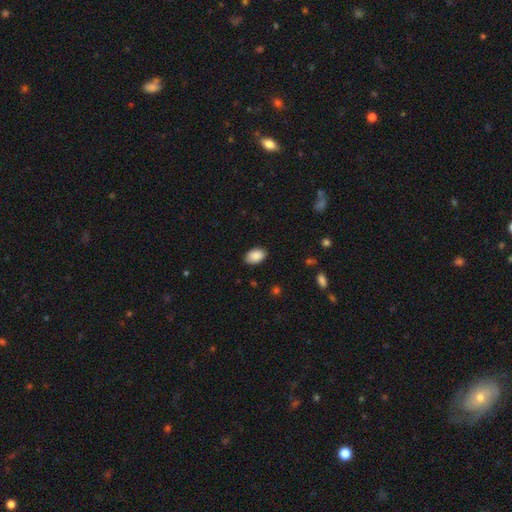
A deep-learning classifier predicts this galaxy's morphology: Q: Smooth or featured?
A: smooth (89%); runner-up: star or artifact (7%)
Q: How rounded?
A: in between (91%); runner-up: round (8%)
Q: Merging?
A: none (87%); runner-up: minor disturbance (10%)